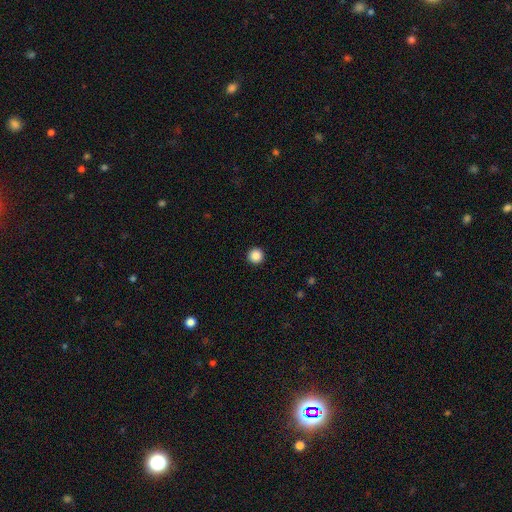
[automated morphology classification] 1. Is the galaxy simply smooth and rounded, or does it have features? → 88% smooth, 10% star or artifact, 3% featured or disk.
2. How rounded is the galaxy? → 97% round, 2% in between, 1% cigar-shaped.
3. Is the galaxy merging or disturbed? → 94% none, 4% minor disturbance, 1% major disturbance, 1% merger.